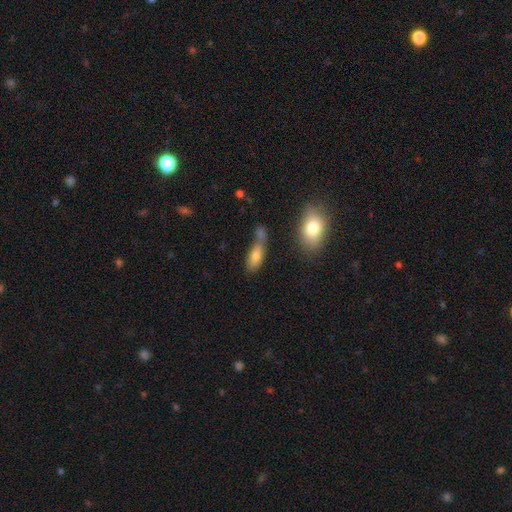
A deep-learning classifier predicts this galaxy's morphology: Smooth or featured? Predicted: smooth (p=0.75). How rounded? Predicted: in between (p=0.70). Merging? Predicted: none (p=0.40).